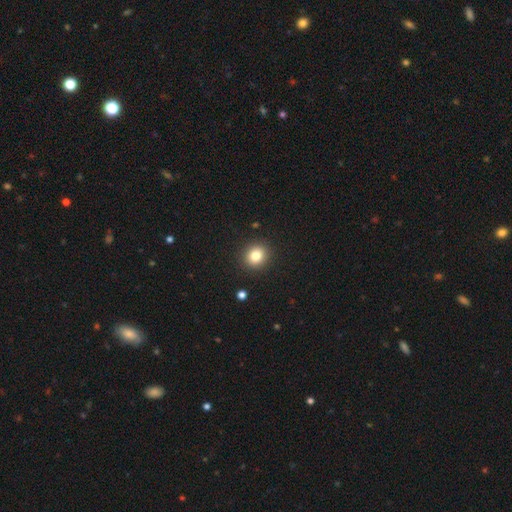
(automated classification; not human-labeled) smooth-or-featured: smooth: 81% | star or artifact: 11% | featured or disk: 7%
  how-rounded: round: 82% | in between: 17% | cigar-shaped: 1%
  merging: none: 91% | minor disturbance: 6% | major disturbance: 2% | merger: 1%